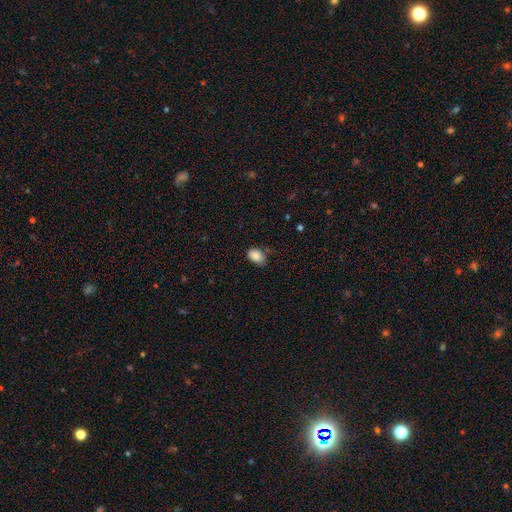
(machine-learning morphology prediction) Smooth or featured: smooth — 85% (star or artifact — 8%)
How rounded: in between — 81% (round — 18%)
Merging: none — 64% (minor disturbance — 28%)